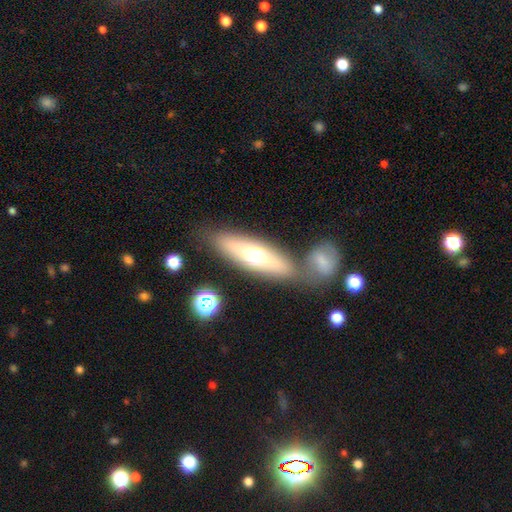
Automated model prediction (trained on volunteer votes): This appears to be a smooth galaxy with no disk features (53%) that is cigar-shaped (59%). Merging: none (67%).